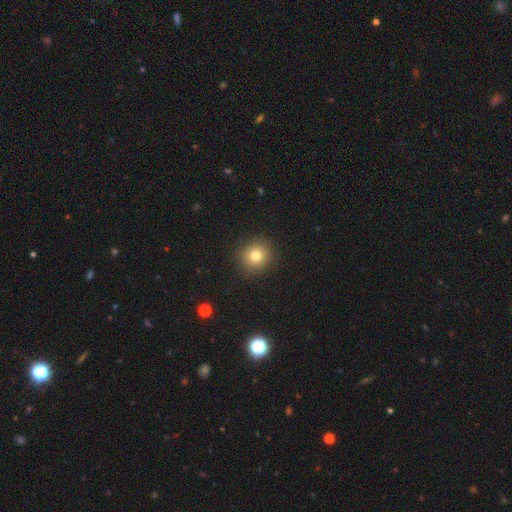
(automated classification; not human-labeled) This is likely a smooth galaxy (78%). How rounded: clearly round (87%). Merging: clearly none (90%).